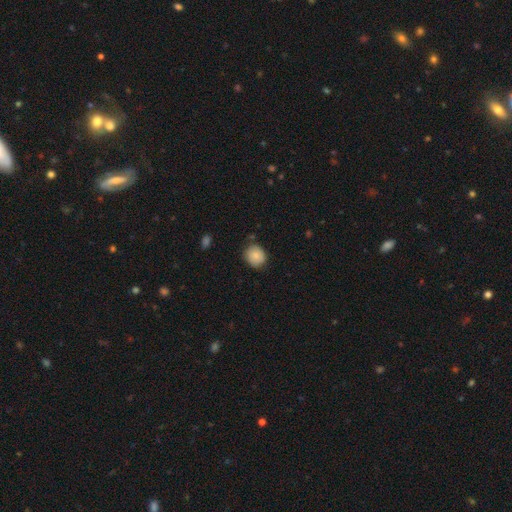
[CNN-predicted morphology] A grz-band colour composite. It shows a smooth galaxy with no disk features (83%) that is round (83%). Merging: none (79%).